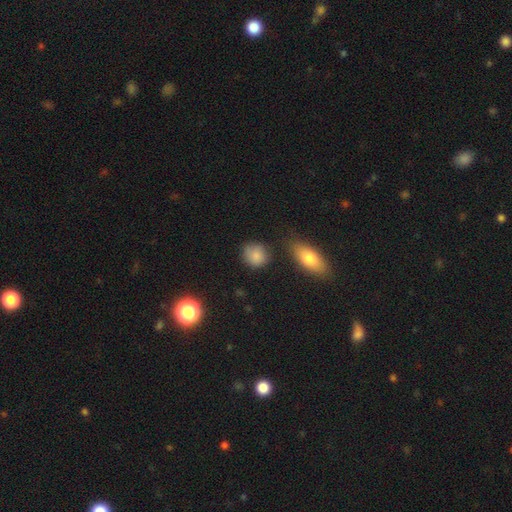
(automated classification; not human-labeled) This appears to be a smooth galaxy with no disk features (86%) that is round (75%). Merging: none (74%).